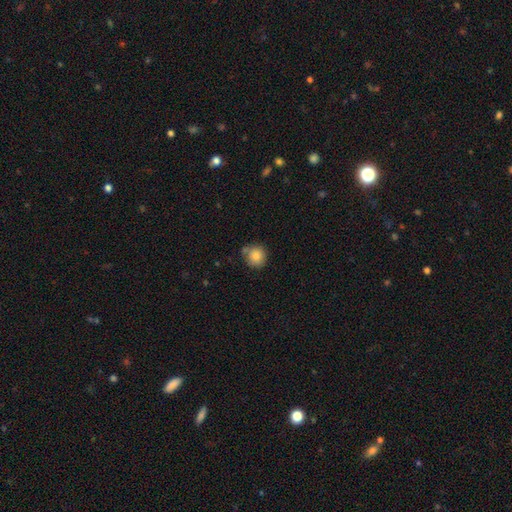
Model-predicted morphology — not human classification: Q: Smooth or featured?
A: smooth (84%); runner-up: star or artifact (9%)
Q: How rounded?
A: round (90%); runner-up: in between (9%)
Q: Merging?
A: none (69%); runner-up: minor disturbance (18%)